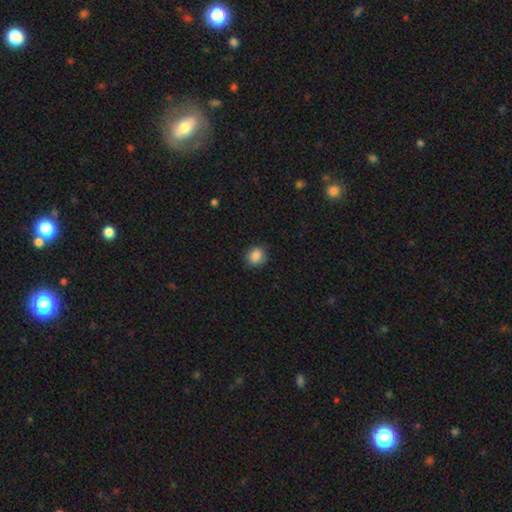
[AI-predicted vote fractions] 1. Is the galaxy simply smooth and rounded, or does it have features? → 86% smooth, 9% star or artifact, 4% featured or disk.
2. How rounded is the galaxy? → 79% round, 20% in between, 1% cigar-shaped.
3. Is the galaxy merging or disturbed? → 85% none, 11% minor disturbance, 3% major disturbance, 1% merger.